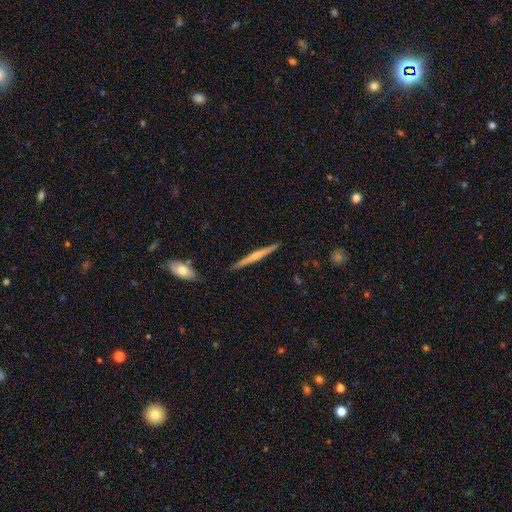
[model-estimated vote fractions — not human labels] A featured or disk galaxy (57%) viewed edge-on (98%) with a rounded central bulge (49%). Merging: none (90%).